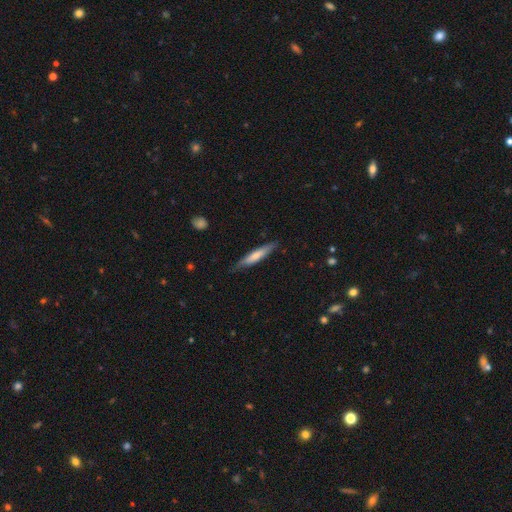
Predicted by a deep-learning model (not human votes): Morphology: type=smooth (62%); roundness=cigar-shaped (88%); merging=none (80%).